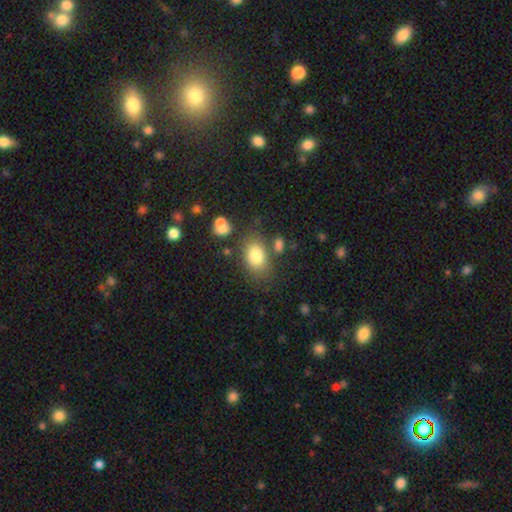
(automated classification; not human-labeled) The model was most divided on "merging": none: 70%, minor disturbance: 15%, merger: 9%, major disturbance: 6%. More confident: smooth or featured — smooth (80%); how rounded — in between (78%).